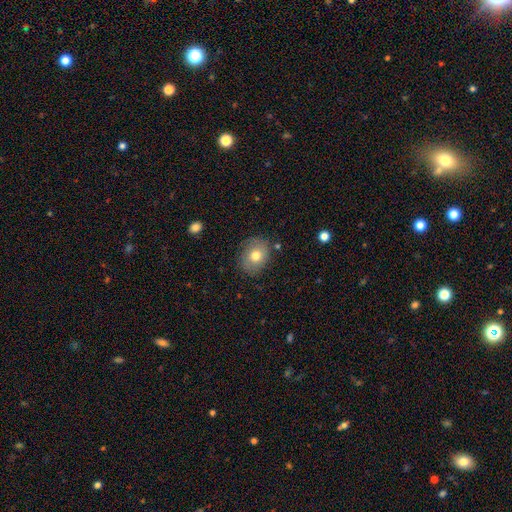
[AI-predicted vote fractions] This is likely a smooth galaxy (73%). How rounded: possibly round (54%). Merging: clearly none (81%).